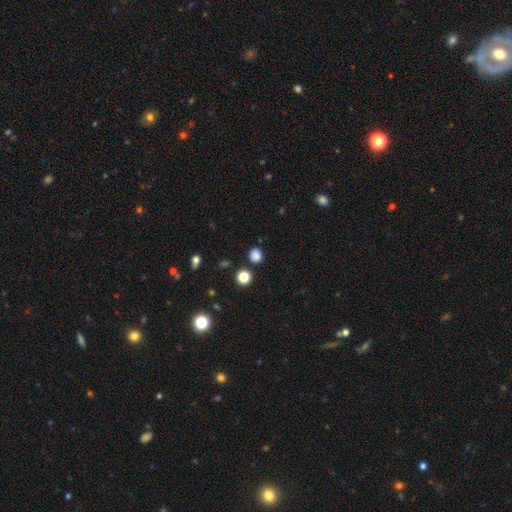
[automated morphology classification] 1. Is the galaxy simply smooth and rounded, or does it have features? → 83% smooth, 13% star or artifact, 4% featured or disk.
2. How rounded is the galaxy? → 85% round, 14% in between, 1% cigar-shaped.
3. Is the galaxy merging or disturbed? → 85% none, 8% minor disturbance, 4% merger, 3% major disturbance.